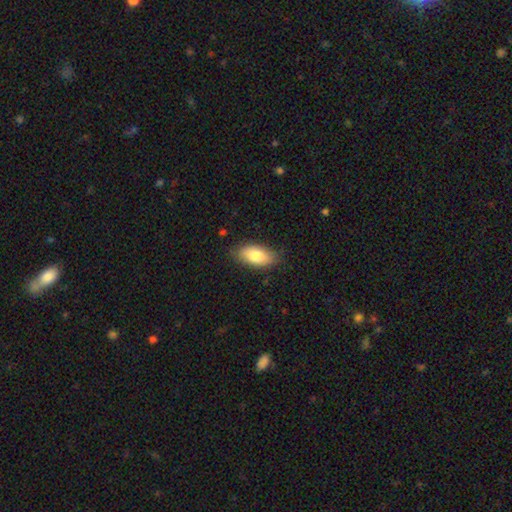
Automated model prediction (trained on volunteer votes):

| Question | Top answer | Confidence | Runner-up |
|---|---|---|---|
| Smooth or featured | smooth | 80% | featured or disk (13%) |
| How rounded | in between | 91% | cigar-shaped (6%) |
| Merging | none | 81% | minor disturbance (15%) |